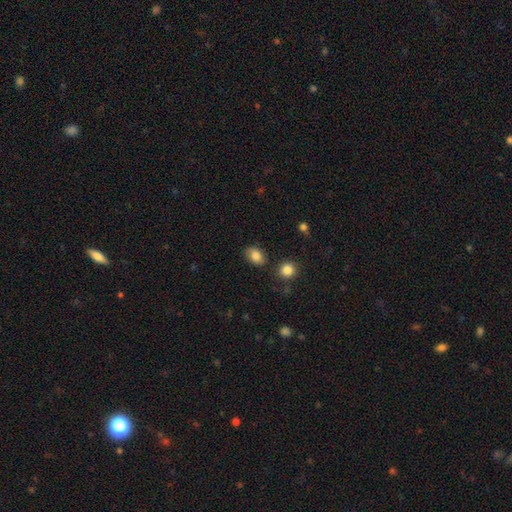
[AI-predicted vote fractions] A smooth galaxy with no disk features (83%) that is in between round and cigar-shaped (75%).

Vote fractions:
- Smooth or featured? smooth: 83% / star or artifact: 9% / featured or disk: 8%
- How rounded? in between: 75% / round: 23% / cigar-shaped: 1%
- Merging? none: 78% / minor disturbance: 15% / major disturbance: 4% / merger: 3%